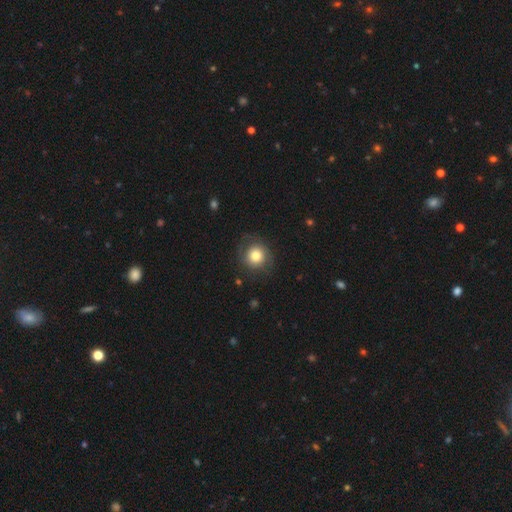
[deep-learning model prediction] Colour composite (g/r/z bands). It shows a smooth galaxy with no disk features (73%) that is round (88%). Merging: none (76%).